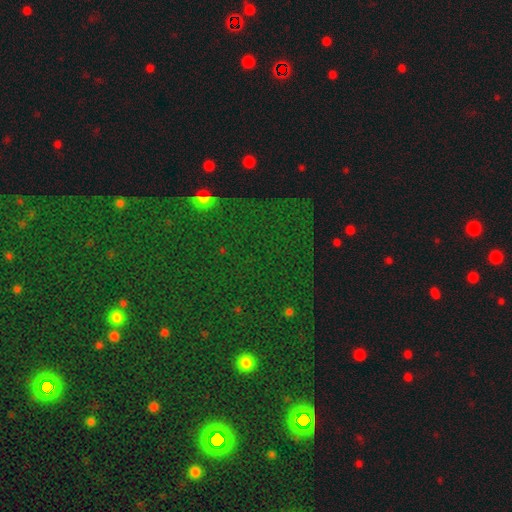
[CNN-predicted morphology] smooth_or_featured: star or artifact (p=0.75) [alt: smooth p=0.16]